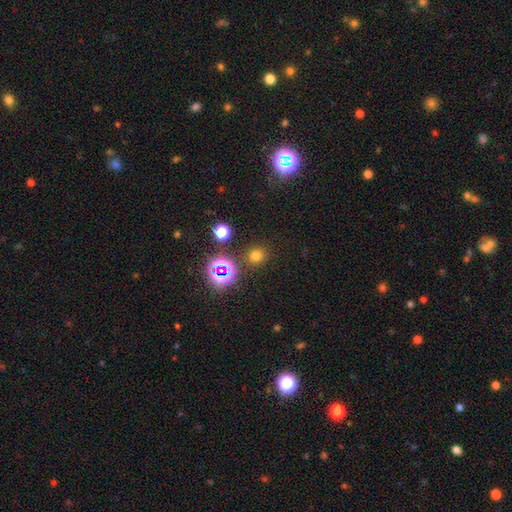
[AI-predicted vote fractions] smooth-or-featured: smooth: 68% | star or artifact: 26% | featured or disk: 6%
  how-rounded: round: 87% | in between: 12% | cigar-shaped: 1%
  merging: none: 85% | minor disturbance: 7% | merger: 4% | major disturbance: 3%